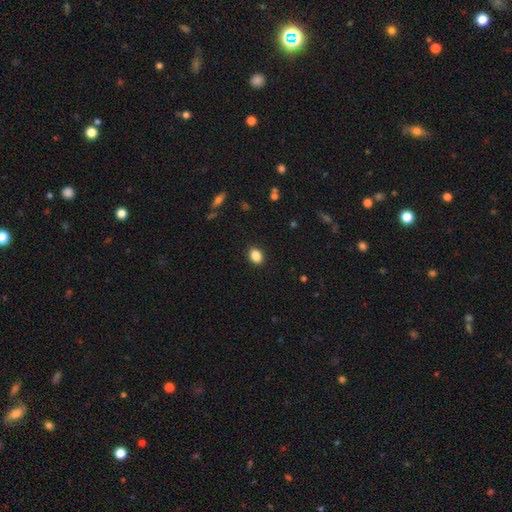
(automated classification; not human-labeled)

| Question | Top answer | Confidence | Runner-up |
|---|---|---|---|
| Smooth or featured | smooth | 87% | star or artifact (9%) |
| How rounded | in between | 69% | round (30%) |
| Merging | none | 90% | minor disturbance (7%) |